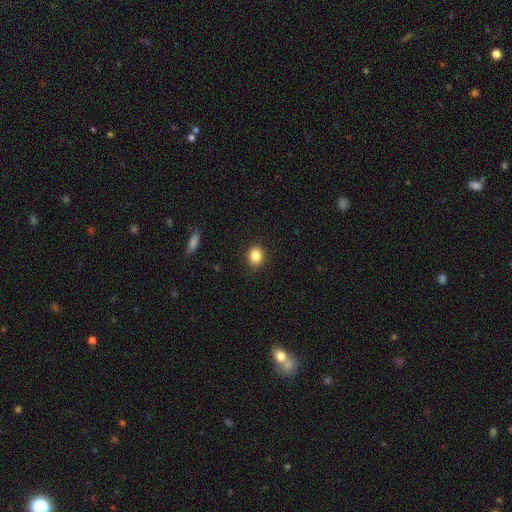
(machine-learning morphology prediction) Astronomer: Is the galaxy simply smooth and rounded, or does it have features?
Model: smooth — 84%.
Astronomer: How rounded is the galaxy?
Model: round — 70%.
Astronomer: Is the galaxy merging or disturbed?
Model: none — 91%.